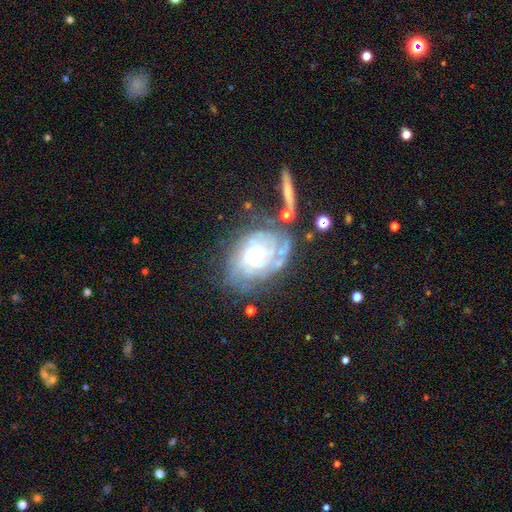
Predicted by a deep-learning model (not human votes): A featured or disk galaxy (79%) with no bar (74%), tight (64%) spiral arms (88%) and a small central bulge (58%).

Vote fractions:
- Smooth or featured? featured or disk: 79% / smooth: 13% / star or artifact: 8%
- Edge-on disk? no: 96% / yes: 4%
- Bar? no: 74% / weak: 21% / strong: 5%
- Spiral arms? yes: 88% / no: 12%
- Spiral winding? tight: 64% / medium: 26% / loose: 10%
- Spiral arm count? can't tell: 47% / 3: 14% / 2: 13% / 4: 13% / more than 4: 8% / 1: 5%
- Bulge size? small: 58% / moderate: 32% / large: 5% / none: 3% / dominant: 2%
- Merging? none: 51% / minor disturbance: 21% / major disturbance: 19% / merger: 9%